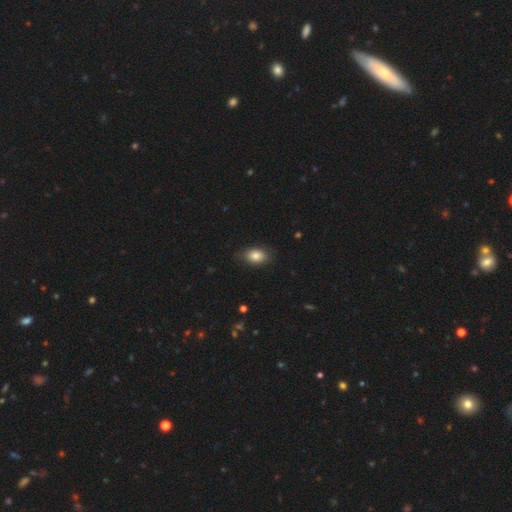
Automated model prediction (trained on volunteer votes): This appears to be a smooth galaxy with no disk features (84%) that is in between round and cigar-shaped (85%). Merging: none (81%).